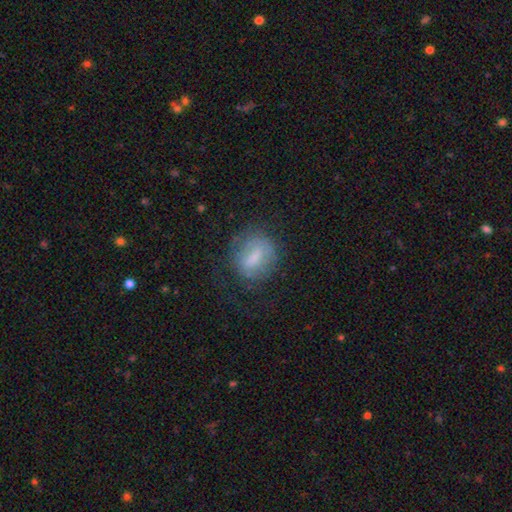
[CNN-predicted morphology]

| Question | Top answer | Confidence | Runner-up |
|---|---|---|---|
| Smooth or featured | smooth | 54% | featured or disk (35%) |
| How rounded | round | 47% | tied: in between (47%) |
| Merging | none | 70% | minor disturbance (18%) |